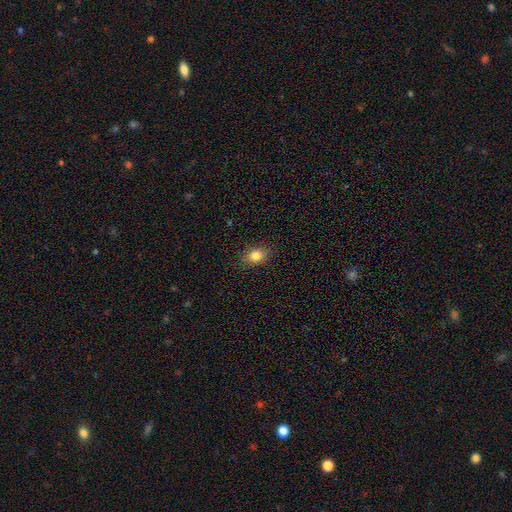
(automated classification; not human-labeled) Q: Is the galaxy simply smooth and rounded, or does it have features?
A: smooth — 83%.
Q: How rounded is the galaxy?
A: in between — 65%.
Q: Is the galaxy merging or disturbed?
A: none — 85%.